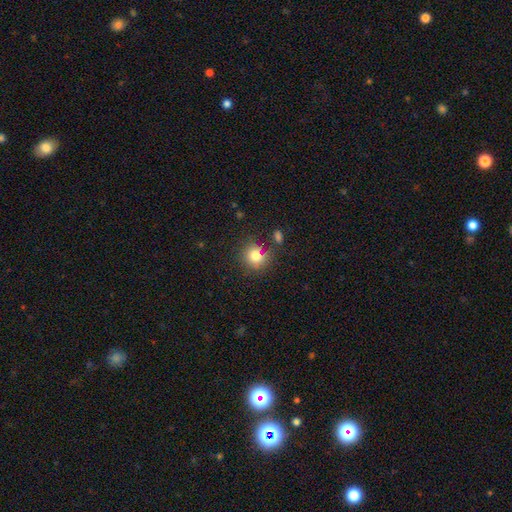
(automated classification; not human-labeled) Smooth or featured?
  - smooth: 80% *
  - star or artifact: 12%
  - featured or disk: 8%
How rounded?
  - round: 83% *
  - in between: 16%
  - cigar-shaped: 1%
Merging?
  - none: 69% *
  - minor disturbance: 16%
  - merger: 10%
  - major disturbance: 6%